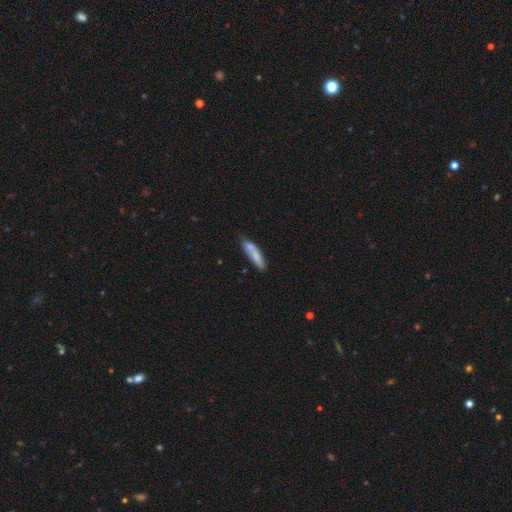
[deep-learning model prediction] Smooth or featured? Predicted: smooth (p=0.71). How rounded? Predicted: cigar-shaped (p=0.75). Merging? Predicted: none (p=0.54).